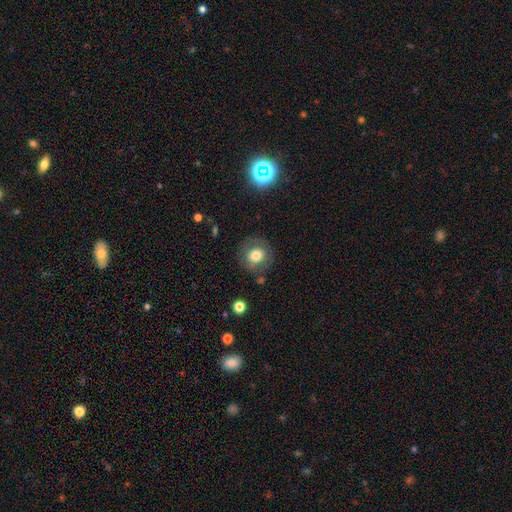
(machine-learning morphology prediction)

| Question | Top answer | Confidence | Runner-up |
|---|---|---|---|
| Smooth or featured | smooth | 74% | featured or disk (16%) |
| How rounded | round | 89% | in between (10%) |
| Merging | none | 81% | minor disturbance (12%) |